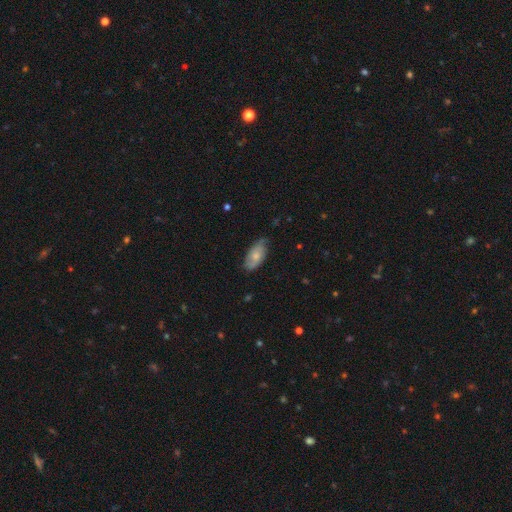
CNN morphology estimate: smooth_or_featured: smooth (p=0.59) [alt: featured or disk p=0.34]
how_rounded: in between (p=0.91) [alt: cigar-shaped p=0.06]
merging: none (p=0.65) [alt: minor disturbance p=0.28]